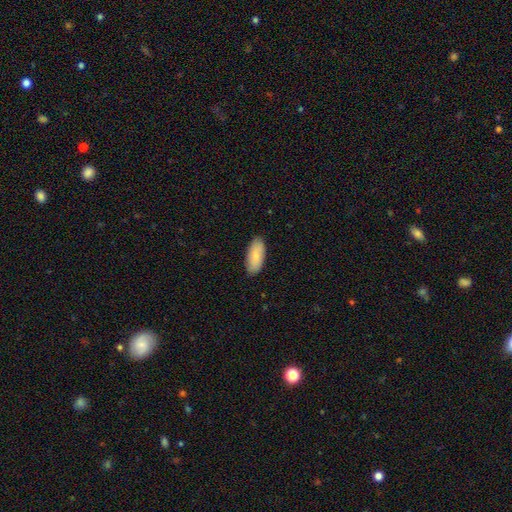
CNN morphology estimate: type=smooth (83%); roundness=in between (90%); merging=none (87%).